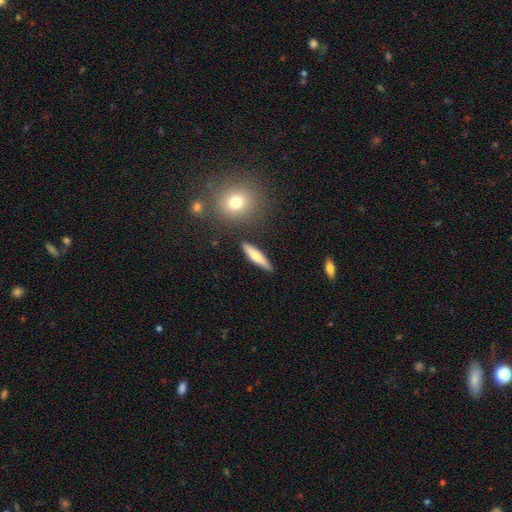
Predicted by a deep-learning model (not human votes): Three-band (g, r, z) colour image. It shows a smooth galaxy with no disk features (65%) that is cigar-shaped (79%). Merging: none (86%).